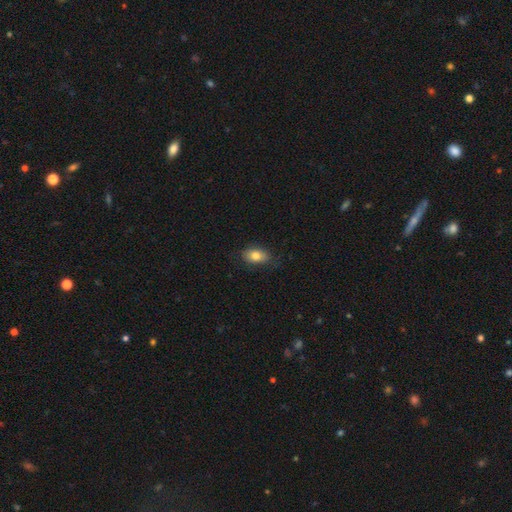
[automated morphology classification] This is clearly a smooth galaxy (81%). How rounded: clearly in between (88%). Merging: clearly none (81%).